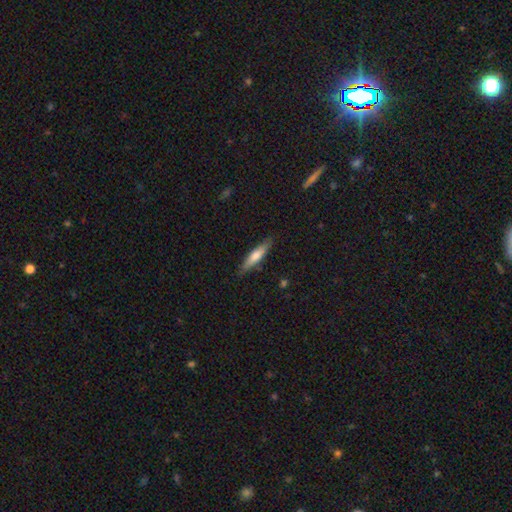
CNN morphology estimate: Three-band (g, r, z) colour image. It shows a smooth galaxy with no disk features (55%) that is cigar-shaped (85%). Merging: none (87%).